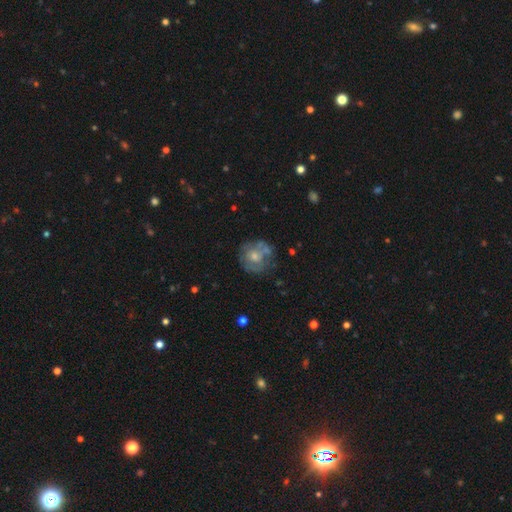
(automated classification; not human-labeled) smooth-or-featured: featured or disk: 56% | smooth: 36% | star or artifact: 8%
  disk-edge-on: no: 97% | yes: 3%
    bar: no: 82% | weak: 15% | strong: 3%
    has-spiral-arms: no: 66% | yes: 34%
    bulge-size: moderate: 55% | small: 31% | none: 7% | large: 6% | dominant: 1%
  merging: none: 59% | minor disturbance: 22% | major disturbance: 13% | merger: 6%